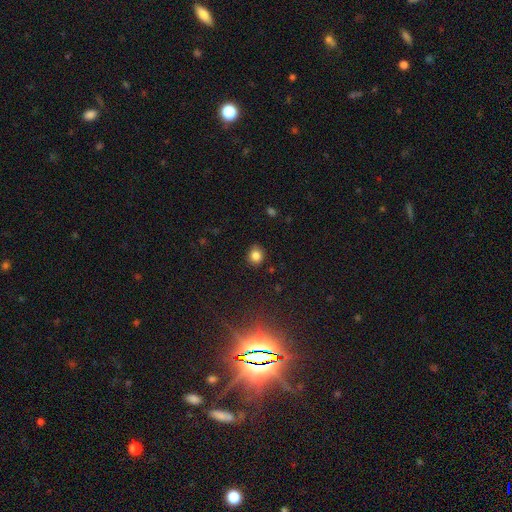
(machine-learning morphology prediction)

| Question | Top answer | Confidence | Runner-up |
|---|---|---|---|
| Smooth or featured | smooth | 83% | star or artifact (12%) |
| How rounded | round | 81% | in between (18%) |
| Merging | none | 85% | minor disturbance (11%) |